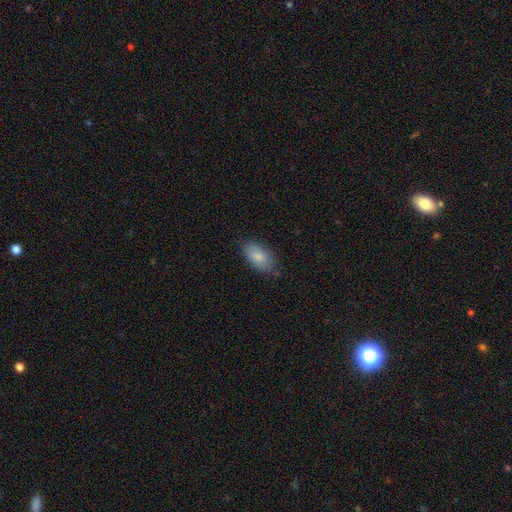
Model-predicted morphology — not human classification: Q: Smooth or featured?
A: smooth (83%); runner-up: featured or disk (10%)
Q: How rounded?
A: in between (93%); runner-up: round (4%)
Q: Merging?
A: none (81%); runner-up: minor disturbance (15%)